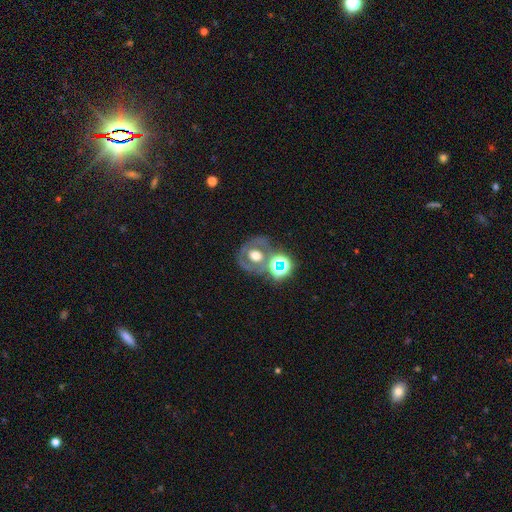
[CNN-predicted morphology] A featured or disk galaxy (48%).

Vote fractions:
- Smooth or featured? featured or disk: 48% / smooth: 34% / star or artifact: 17%
- Merging? none: 60% / merger: 19% / minor disturbance: 13% / major disturbance: 8%